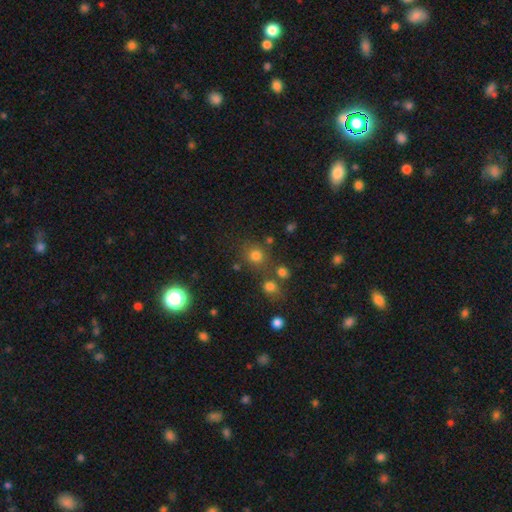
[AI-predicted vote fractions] A smooth galaxy with no disk features (76%) that is round (85%). Merging: none (69%).